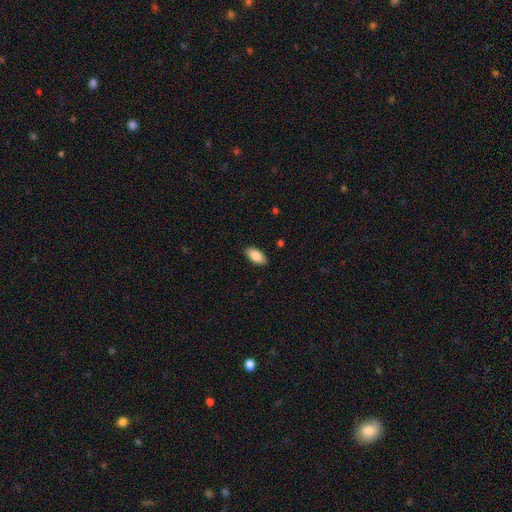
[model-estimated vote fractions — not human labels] The model was most divided on "smooth or featured": smooth: 86%, featured or disk: 7%, star or artifact: 6%. More confident: how rounded — in between (93%); merging — none (88%).